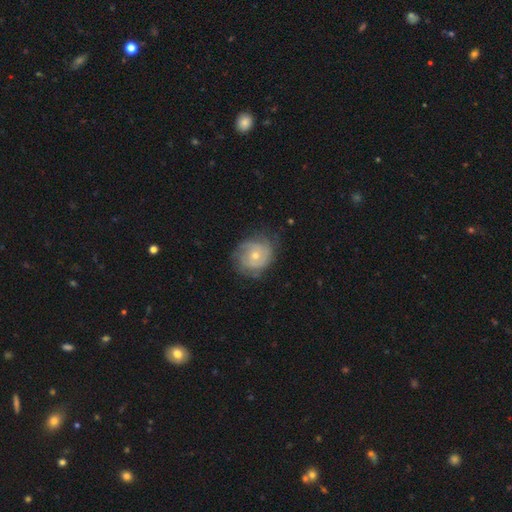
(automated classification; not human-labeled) Smooth or featured? Predicted: featured or disk (p=0.70). Edge-on disk? Predicted: no (p=0.97). Bar? Predicted: no (p=0.78). Spiral arms? Predicted: yes (p=0.87). Spiral winding? Predicted: tight (p=0.62). Spiral arm count? Predicted: can't tell (p=0.37). Bulge size? Predicted: small (p=0.53). Merging? Predicted: none (p=0.69).